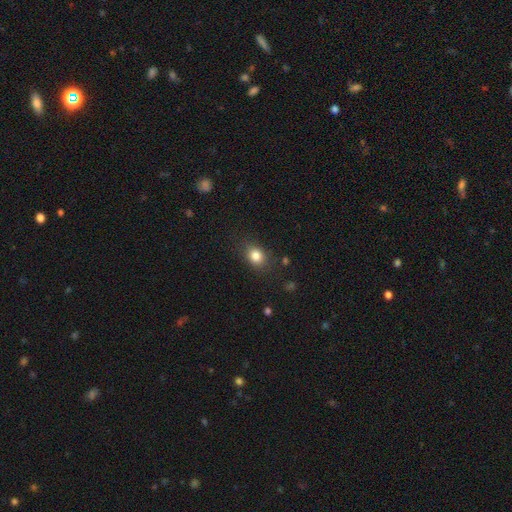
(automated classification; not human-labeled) This appears to be a smooth galaxy with no disk features (83%) that is in between round and cigar-shaped (55%). Merging: none (80%).